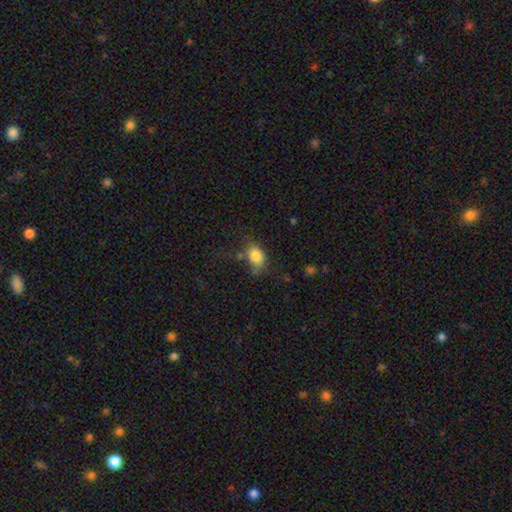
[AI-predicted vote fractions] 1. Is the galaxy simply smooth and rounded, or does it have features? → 82% smooth, 10% star or artifact, 9% featured or disk.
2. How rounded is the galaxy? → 73% in between, 26% round, 2% cigar-shaped.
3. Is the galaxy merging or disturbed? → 58% none, 24% minor disturbance, 12% major disturbance, 6% merger.